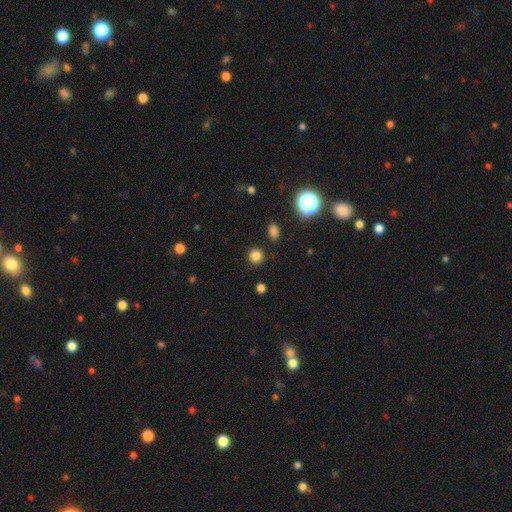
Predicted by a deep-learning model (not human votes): smooth_or_featured: smooth (p=0.82) [alt: star or artifact p=0.14]
how_rounded: round (p=0.91) [alt: in between p=0.08]
merging: none (p=0.89) [alt: minor disturbance p=0.06]